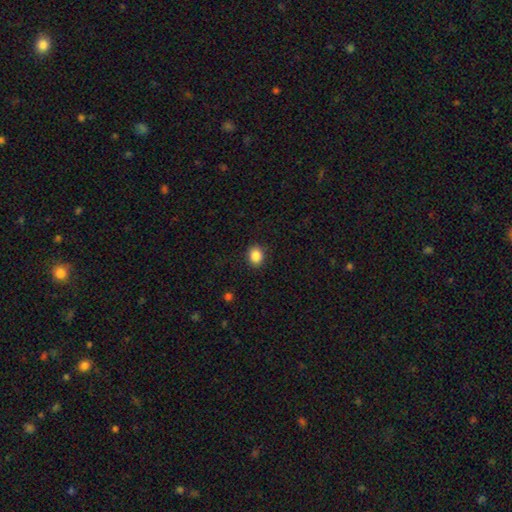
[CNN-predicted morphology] The model was most divided on "how rounded": round: 58%, in between: 41%, cigar-shaped: 1%. More confident: merging — none (90%); smooth or featured — smooth (87%).